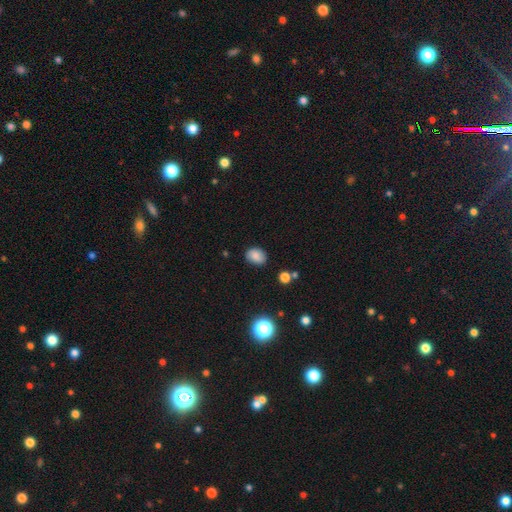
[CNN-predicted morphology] Overall: smooth (82%). How rounded: in between (68%; round 31%). Merging: none (81%).